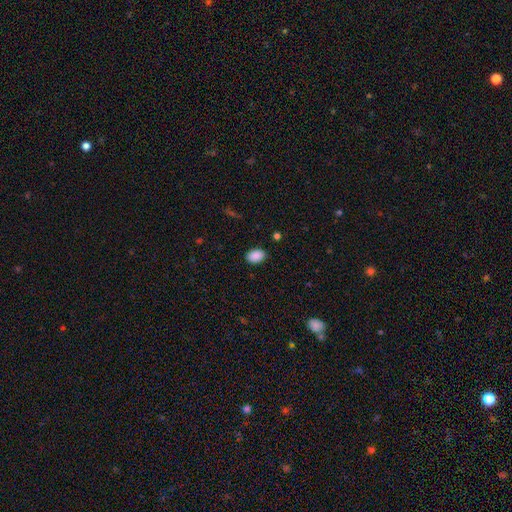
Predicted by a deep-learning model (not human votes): Overall: smooth (89%). How rounded: in between (86%). Merging: none (88%).